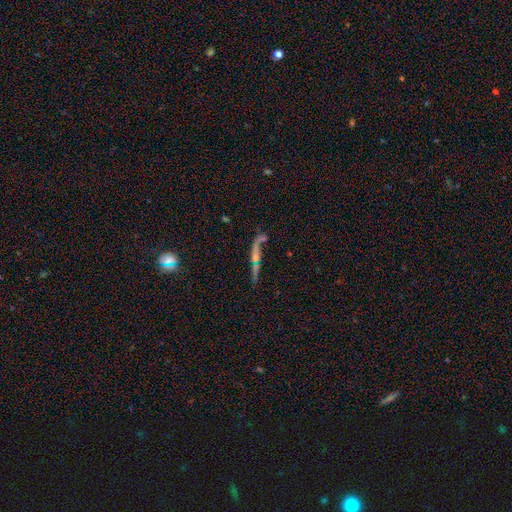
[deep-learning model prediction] smooth_or_featured: featured or disk (p=0.67) [alt: smooth p=0.19]
disk_edge_on: yes (p=0.67) [alt: no p=0.33]
merging: none (p=0.49) [alt: minor disturbance p=0.19]